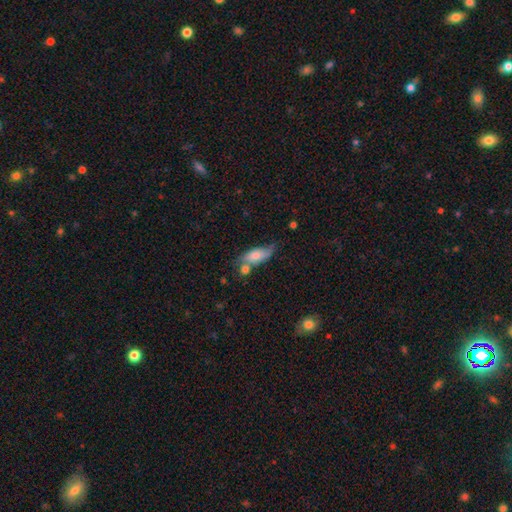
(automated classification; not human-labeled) Morphology: type=smooth (62%); roundness=in between (77%); merging=none (42%).